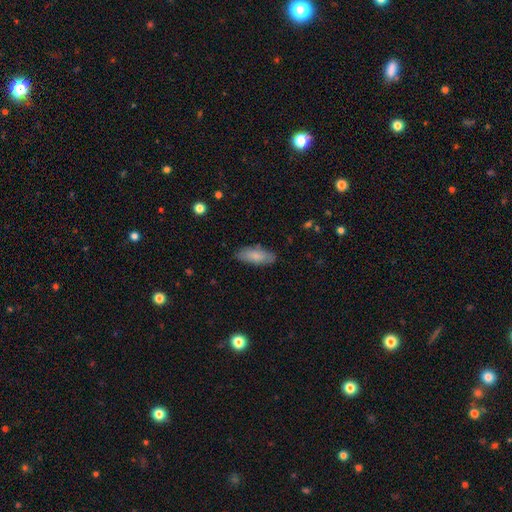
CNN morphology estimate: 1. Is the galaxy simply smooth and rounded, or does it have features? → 81% smooth, 13% featured or disk, 6% star or artifact.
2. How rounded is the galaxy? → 79% in between, 19% cigar-shaped, 2% round.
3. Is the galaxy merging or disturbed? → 81% none, 15% minor disturbance, 3% major disturbance, 1% merger.